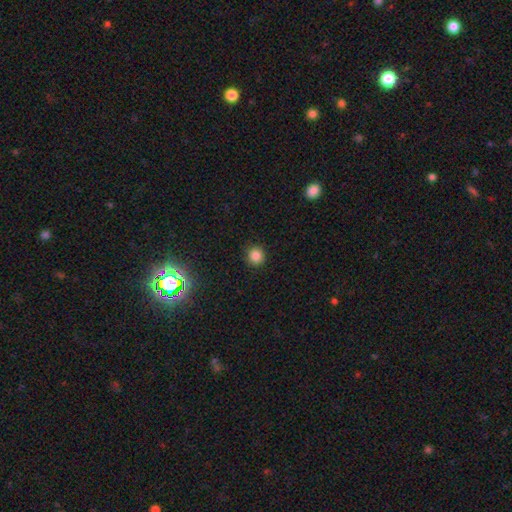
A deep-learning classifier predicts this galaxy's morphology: smooth_or_featured: smooth (p=0.82) [alt: star or artifact p=0.13]
how_rounded: round (p=0.93) [alt: in between p=0.06]
merging: none (p=0.91) [alt: minor disturbance p=0.06]